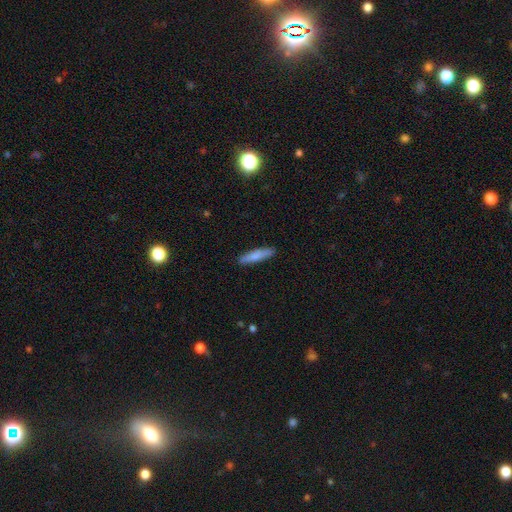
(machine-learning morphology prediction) A smooth galaxy with no disk features (77%) that is cigar-shaped (84%).

Vote fractions:
- Smooth or featured? smooth: 77% / featured or disk: 17% / star or artifact: 6%
- How rounded? cigar-shaped: 84% / in between: 15% / round: 2%
- Merging? none: 89% / minor disturbance: 9% / major disturbance: 2% / merger: 1%